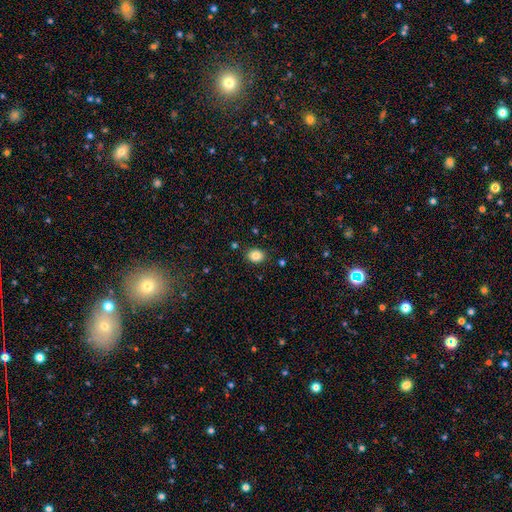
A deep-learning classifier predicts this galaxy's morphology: Smooth or featured? Predicted: smooth (p=0.85). How rounded? Predicted: round (p=0.51). Merging? Predicted: none (p=0.87).